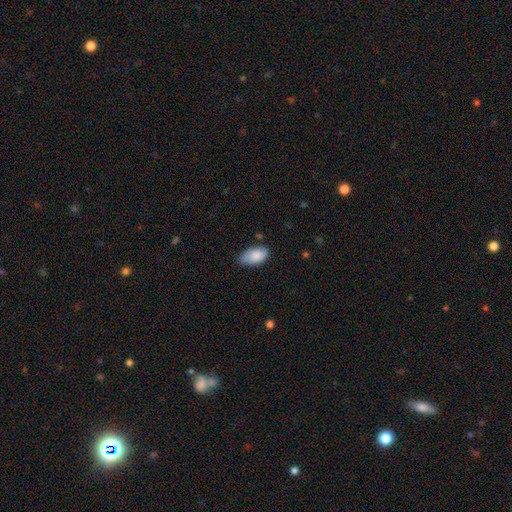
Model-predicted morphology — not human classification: smooth 87%, star or artifact 7%, featured or disk 7%. Down the decision tree: how rounded — in between (94%); merging — none (59%).